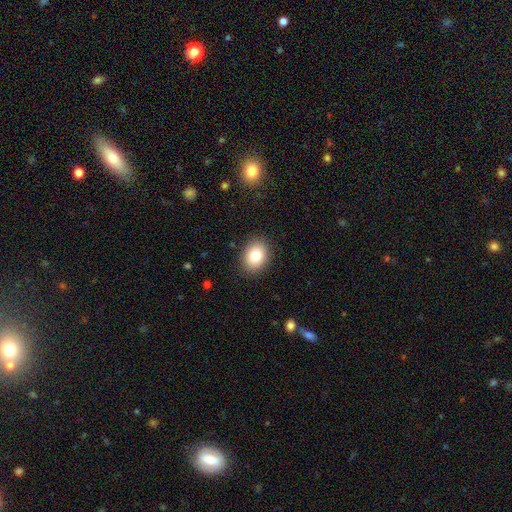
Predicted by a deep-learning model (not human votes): Smooth or featured?
  - smooth: 80% *
  - featured or disk: 10%
  - star or artifact: 9%
How rounded?
  - in between: 56% *
  - round: 43%
  - cigar-shaped: 1%
Merging?
  - none: 88% *
  - minor disturbance: 9%
  - major disturbance: 2%
  - merger: 1%